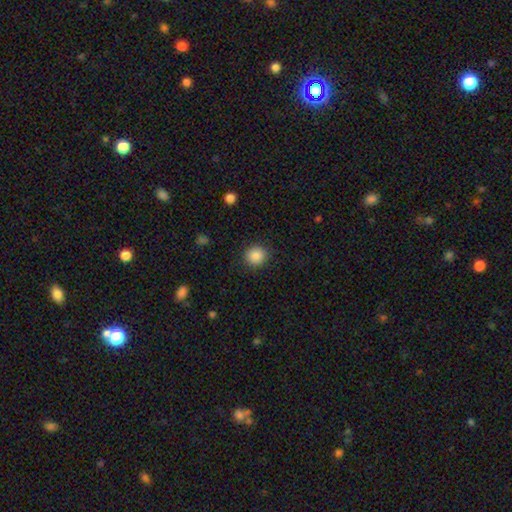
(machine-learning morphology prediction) Smooth or featured? smooth (88%)
How rounded? round (88%)
Merging? none (90%)